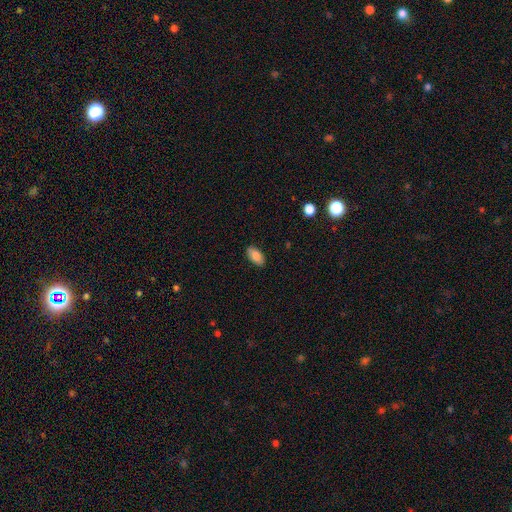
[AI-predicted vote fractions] This appears to be a smooth galaxy with no disk features (84%) that is in between round and cigar-shaped (94%). Merging: none (88%).